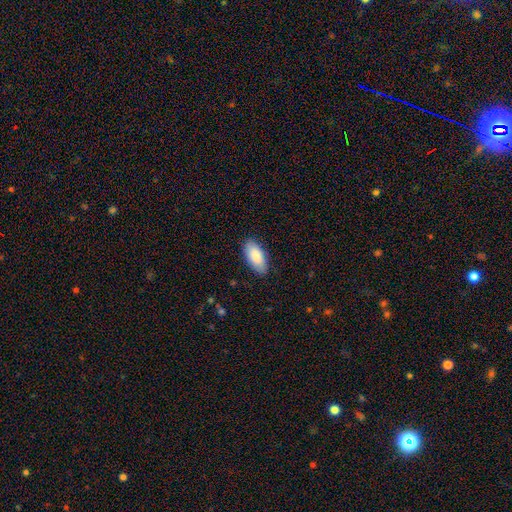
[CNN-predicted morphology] A smooth galaxy with no disk features (86%) that is in between round and cigar-shaped (91%).

Vote fractions:
- Smooth or featured? smooth: 86% / featured or disk: 8% / star or artifact: 5%
- How rounded? in between: 91% / cigar-shaped: 7% / round: 2%
- Merging? none: 86% / minor disturbance: 11% / major disturbance: 2% / merger: 1%